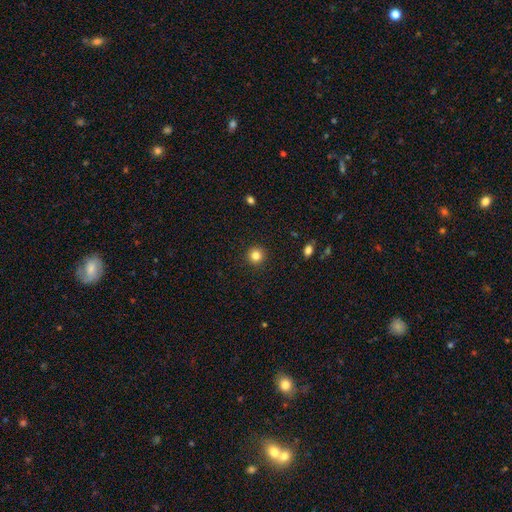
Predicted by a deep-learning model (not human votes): Overall: smooth (83%). How rounded: round (95%). Merging: none (92%).